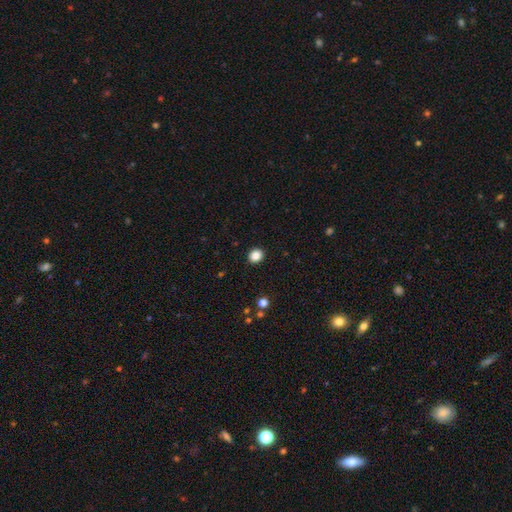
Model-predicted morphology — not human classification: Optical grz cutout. It shows a smooth galaxy with no disk features (86%) that is round (67%). Merging: none (92%).